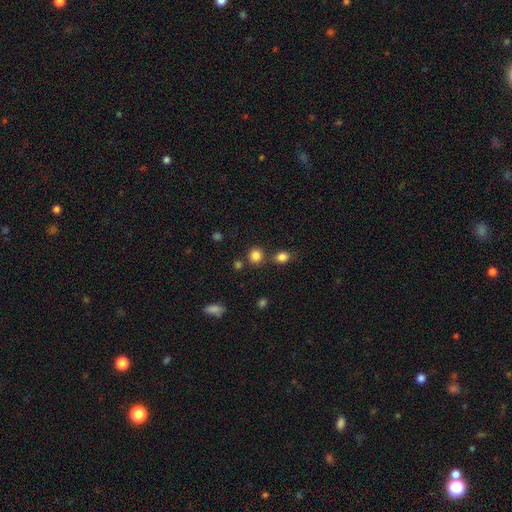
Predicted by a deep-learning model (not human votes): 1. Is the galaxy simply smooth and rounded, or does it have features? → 83% smooth, 12% star or artifact, 5% featured or disk.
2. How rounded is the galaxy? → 87% round, 12% in between, 1% cigar-shaped.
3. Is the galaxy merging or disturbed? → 75% none, 13% merger, 8% minor disturbance, 3% major disturbance.